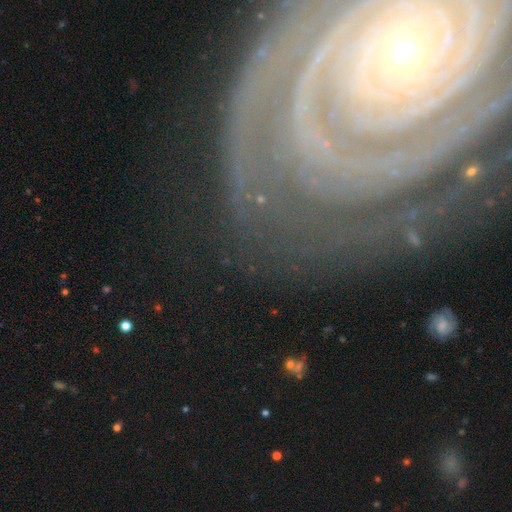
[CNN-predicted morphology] featured or disk 81%, star or artifact 10%, smooth 9%. Down the decision tree: edge-on disk — no (95%); bar — no (54%); spiral arms — yes (92%); spiral arm count — can't tell (25%); spiral winding — tight (83%); bulge size — small (64%); merging — none (78%).